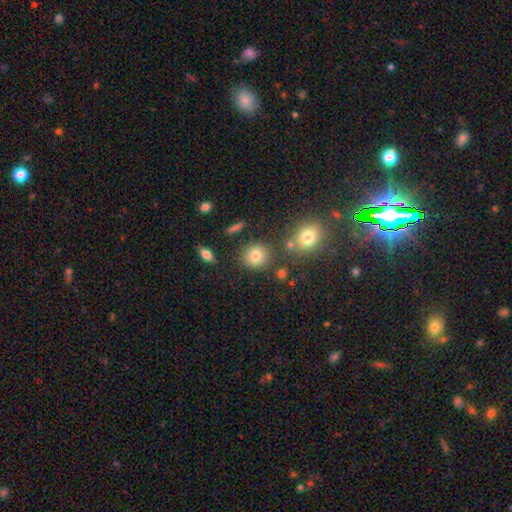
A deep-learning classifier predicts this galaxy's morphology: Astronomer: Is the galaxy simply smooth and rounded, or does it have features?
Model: smooth — 78%.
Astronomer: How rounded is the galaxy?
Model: round — 84%.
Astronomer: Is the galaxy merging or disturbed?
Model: none — 81%.